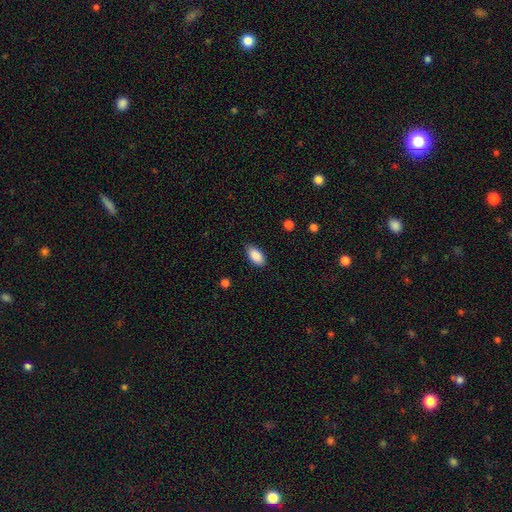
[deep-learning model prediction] This appears to be a smooth galaxy with no disk features (89%) that is in between round and cigar-shaped (93%). Merging: none (83%).